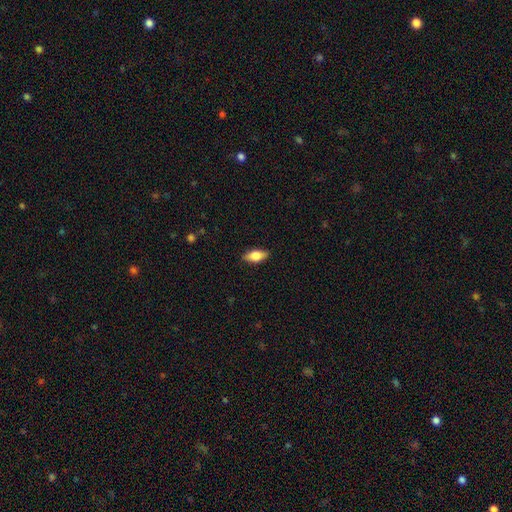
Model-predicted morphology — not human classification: Smooth or featured?
  - smooth: 72% *
  - featured or disk: 22%
  - star or artifact: 7%
How rounded?
  - in between: 83% *
  - cigar-shaped: 13%
  - round: 3%
Merging?
  - none: 87% *
  - minor disturbance: 10%
  - major disturbance: 2%
  - merger: 1%